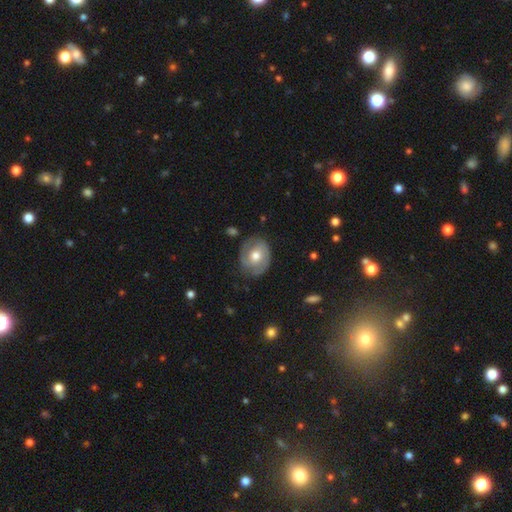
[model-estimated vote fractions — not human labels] A featured or disk galaxy (59%) with no bar (68%), spiral arms (74%) and a moderate central bulge (76%).

Vote fractions:
- Smooth or featured? featured or disk: 59% / smooth: 35% / star or artifact: 6%
- Edge-on disk? no: 96% / yes: 4%
- Bar? no: 68% / weak: 25% / strong: 6%
- Spiral arms? yes: 74% / no: 26%
- Bulge size? moderate: 76% / small: 14% / large: 9% / none: 1% / dominant: 1%
- Merging? none: 75% / minor disturbance: 18% / major disturbance: 6% / merger: 1%